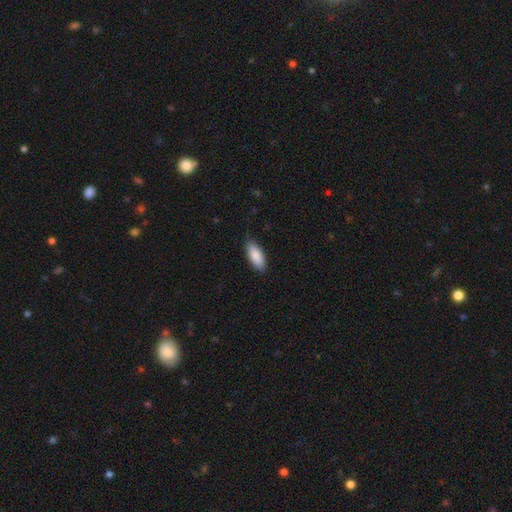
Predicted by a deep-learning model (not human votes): A smooth galaxy with no disk features (88%) that is in between round and cigar-shaped (79%). Merging: none (83%).